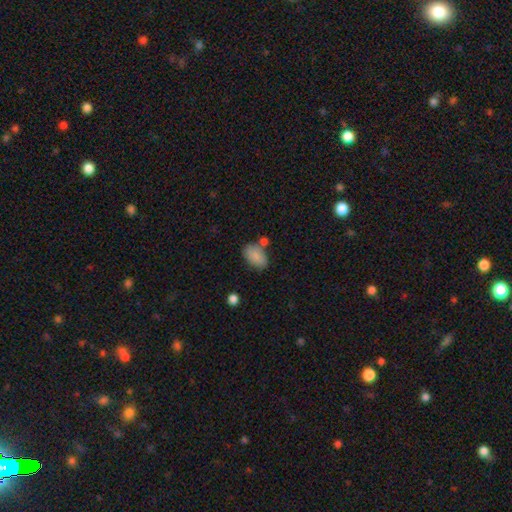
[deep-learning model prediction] Overall: smooth (85%). How rounded: in between (89%). Merging: none (60%; minor disturbance 20%).